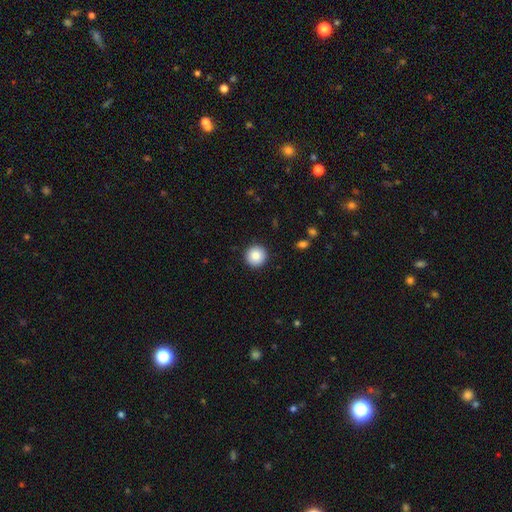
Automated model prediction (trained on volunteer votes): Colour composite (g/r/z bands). It shows a smooth galaxy with no disk features (86%) that is round (96%). Merging: none (93%).